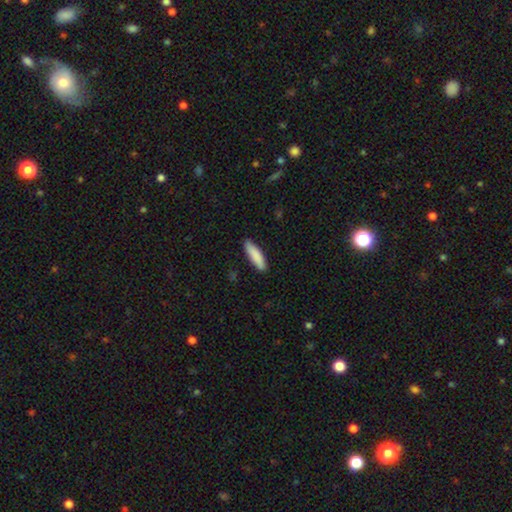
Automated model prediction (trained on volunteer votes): smooth 87%, featured or disk 7%, star or artifact 5%. Down the decision tree: how rounded — cigar-shaped (68%); merging — none (87%).